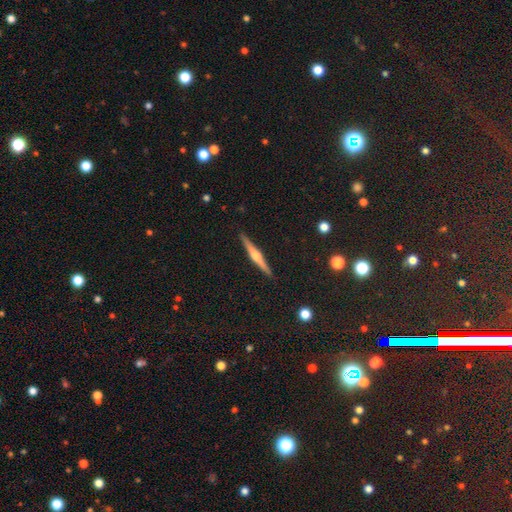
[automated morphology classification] This appears to be a featured or disk galaxy (73%) viewed edge-on (98%) with a rounded central bulge (88%). Merging: none (92%).